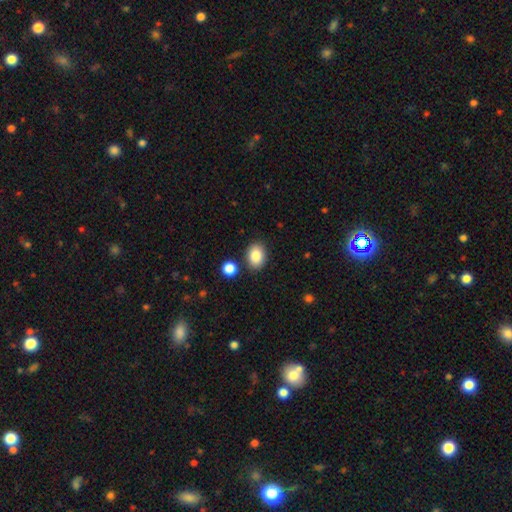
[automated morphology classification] Smooth or featured?
  - smooth: 86% *
  - star or artifact: 8%
  - featured or disk: 6%
How rounded?
  - in between: 71% *
  - round: 28%
  - cigar-shaped: 1%
Merging?
  - none: 84% *
  - minor disturbance: 9%
  - merger: 5%
  - major disturbance: 2%